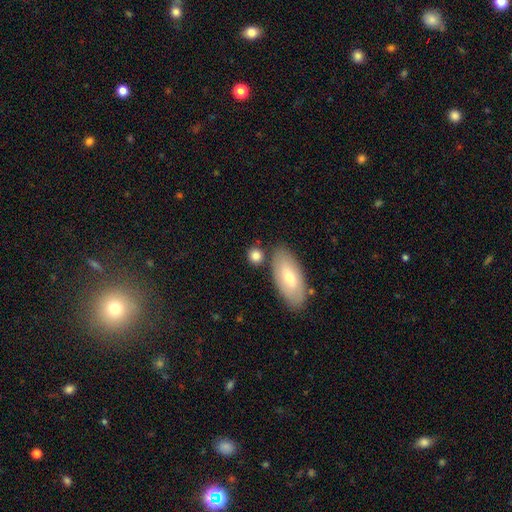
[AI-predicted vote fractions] smooth-or-featured: smooth: 81% | featured or disk: 11% | star or artifact: 8%
  how-rounded: round: 59% | in between: 36% | cigar-shaped: 5%
  merging: none: 73% | merger: 12% | minor disturbance: 11% | major disturbance: 4%